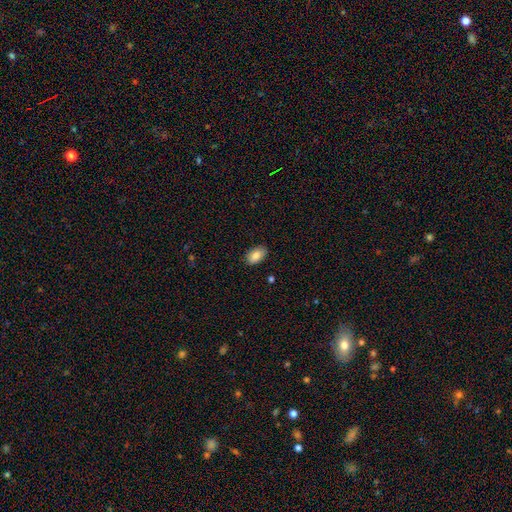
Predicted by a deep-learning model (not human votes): Morphology: type=smooth (85%); roundness=in between (93%); merging=none (87%).